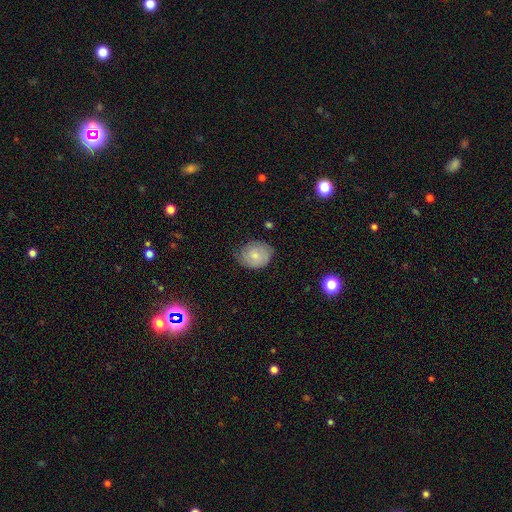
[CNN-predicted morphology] Overall: smooth (64%; featured or disk 29%). How rounded: round (51%; in between 48%). Merging: none (64%; minor disturbance 28%).